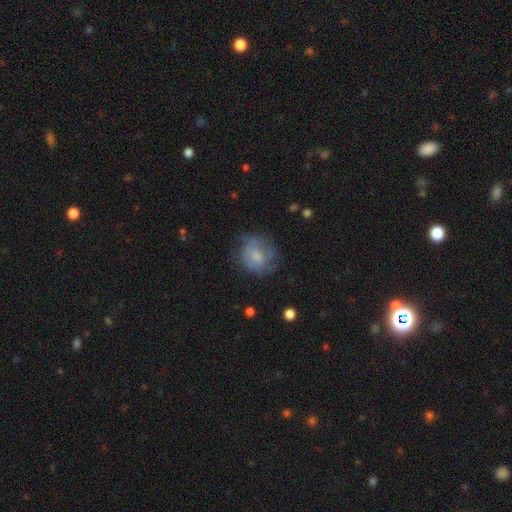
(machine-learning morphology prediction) The model was most divided on "smooth or featured": smooth: 61%, featured or disk: 30%, star or artifact: 9%. More confident: how rounded — round (75%); merging — none (58%).